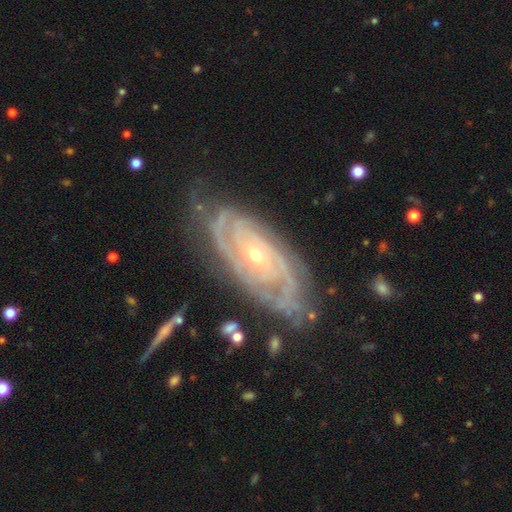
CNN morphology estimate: The model was most divided on "spiral arm count": 2: 41%, 3: 21%, can't tell: 20%, 4: 9%, more than 4: 5%, 1: 5%. More confident: spiral arms — yes (98%); edge-on disk — no (94%); smooth or featured — featured or disk (90%); spiral winding — tight (80%); merging — none (75%); bar — no (70%); bulge size — small (59%).